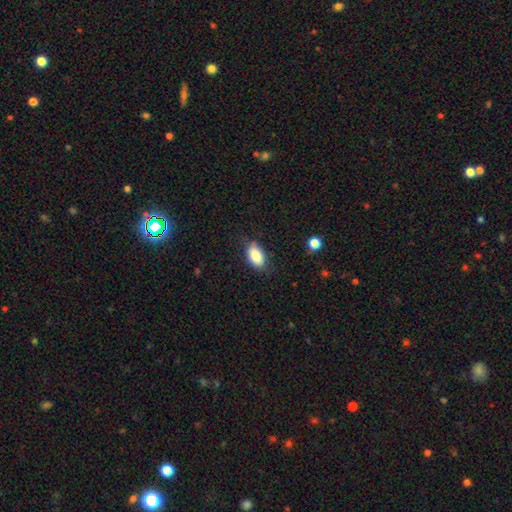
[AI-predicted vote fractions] Smooth or featured? Predicted: smooth (p=0.83). How rounded? Predicted: in between (p=0.92). Merging? Predicted: none (p=0.73).